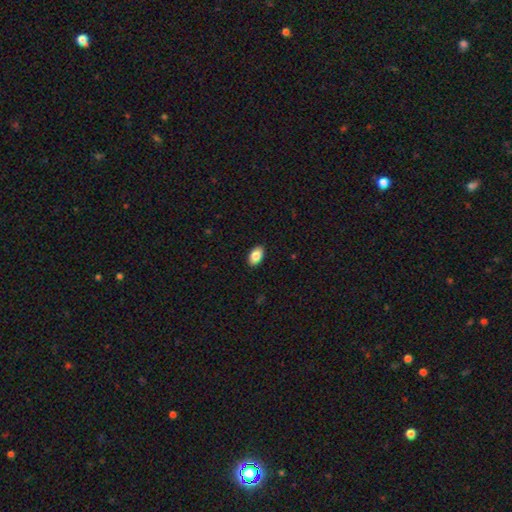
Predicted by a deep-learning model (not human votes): Smooth or featured: smooth — 87% (star or artifact — 7%)
How rounded: in between — 93% (round — 6%)
Merging: none — 90% (minor disturbance — 7%)